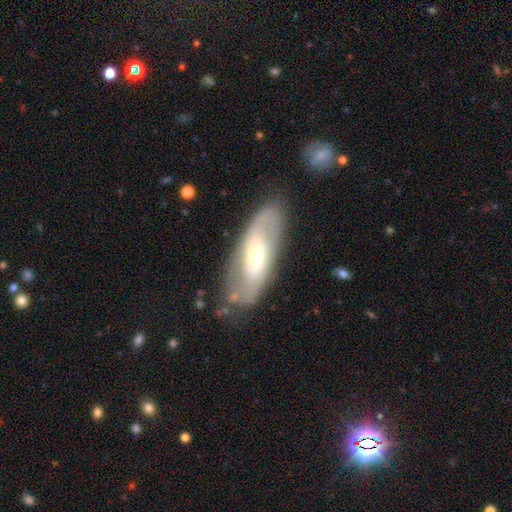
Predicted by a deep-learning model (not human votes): Morphology: type=featured or disk (62%); edge-on=no (86%); bar=no (58%); spiral arms=yes (60%); bulge=small (53%); merging=none (75%).